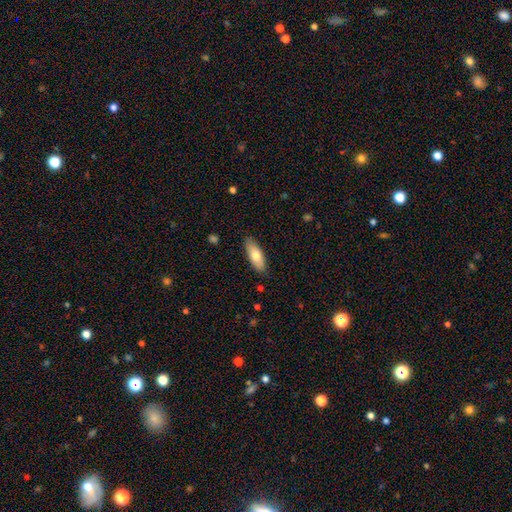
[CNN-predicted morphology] Overall: smooth (72%). How rounded: in between (69%; cigar-shaped 29%). Merging: none (87%).